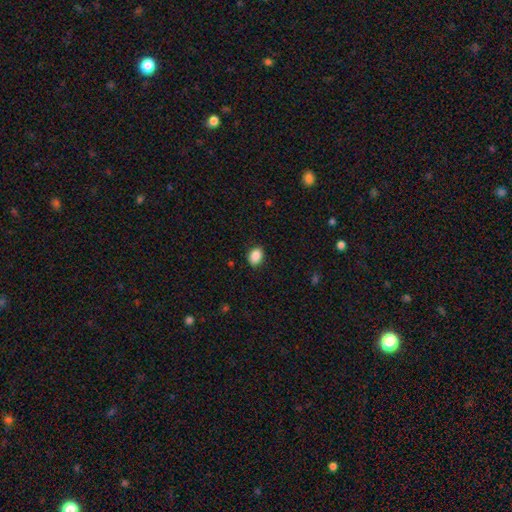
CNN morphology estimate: smooth_or_featured: smooth (p=0.88) [alt: star or artifact p=0.08]
how_rounded: in between (p=0.73) [alt: round p=0.26]
merging: none (p=0.87) [alt: minor disturbance p=0.10]